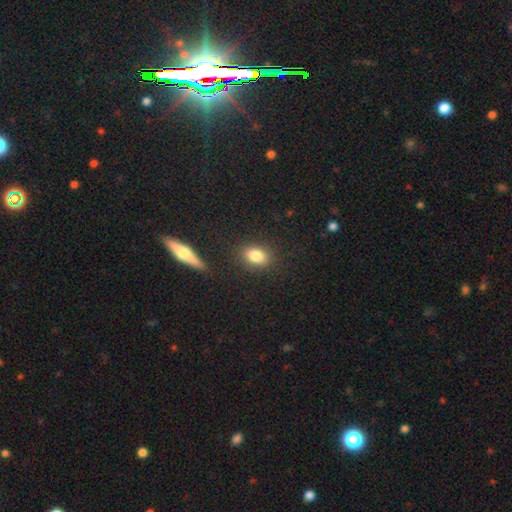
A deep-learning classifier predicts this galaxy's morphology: Smooth or featured? Predicted: smooth (p=0.82). How rounded? Predicted: in between (p=0.69). Merging? Predicted: none (p=0.84).